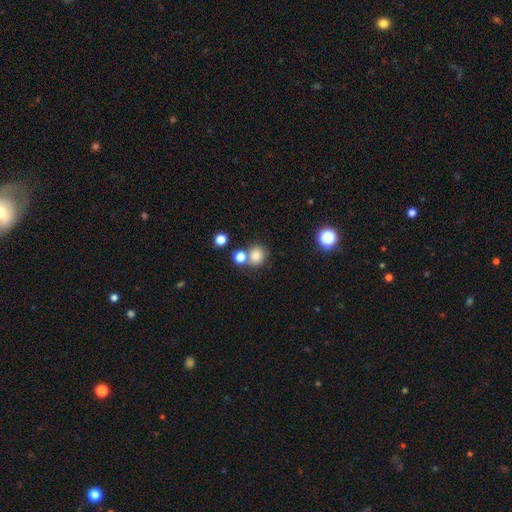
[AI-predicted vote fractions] smooth_or_featured: smooth (p=0.80) [alt: star or artifact p=0.12]
how_rounded: round (p=0.82) [alt: in between p=0.17]
merging: none (p=0.58) [alt: merger p=0.27]